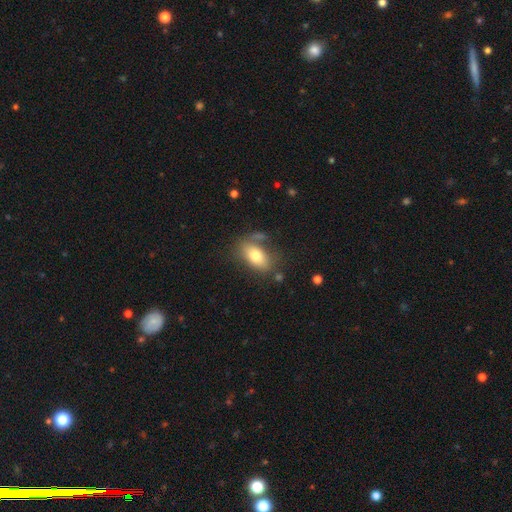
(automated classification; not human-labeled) Smooth or featured: smooth — 75% (featured or disk — 17%)
How rounded: in between — 88% (round — 8%)
Merging: none — 63% (minor disturbance — 19%)